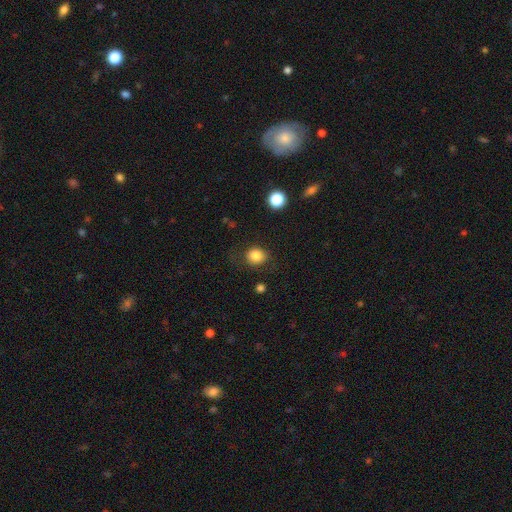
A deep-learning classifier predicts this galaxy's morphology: smooth 84%, star or artifact 11%, featured or disk 6%. Down the decision tree: how rounded — round (79%); merging — none (80%).